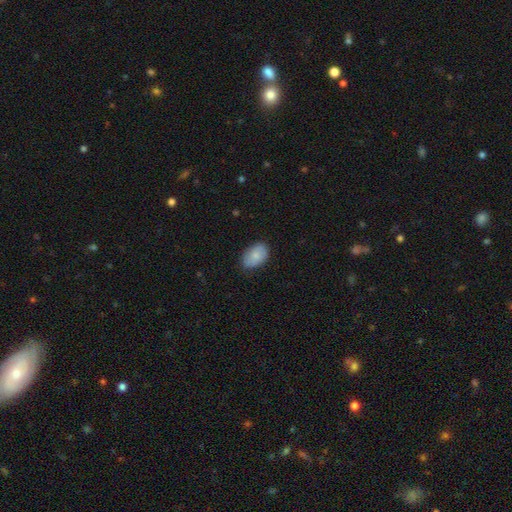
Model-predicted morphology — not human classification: This is likely a smooth galaxy (79%). How rounded: clearly in between (89%). Merging: likely none (78%).